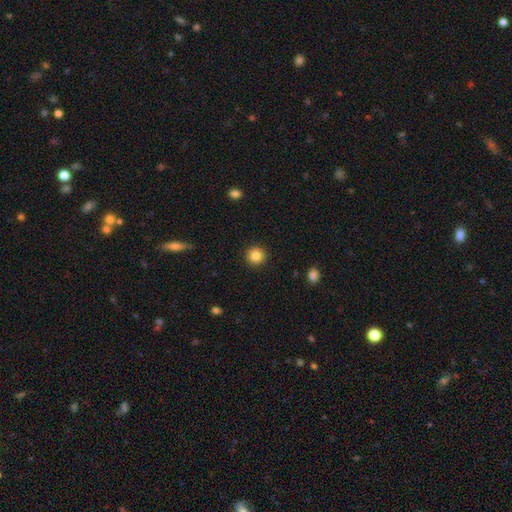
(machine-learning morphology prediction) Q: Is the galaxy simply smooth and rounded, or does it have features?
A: smooth — 85%.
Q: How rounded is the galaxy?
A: round — 94%.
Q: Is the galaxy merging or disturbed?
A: none — 92%.